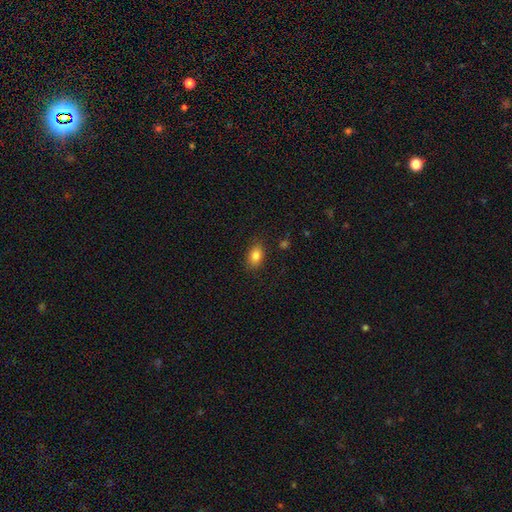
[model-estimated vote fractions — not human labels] A smooth galaxy with no disk features (84%) that is in between round and cigar-shaped (84%). Merging: none (85%).